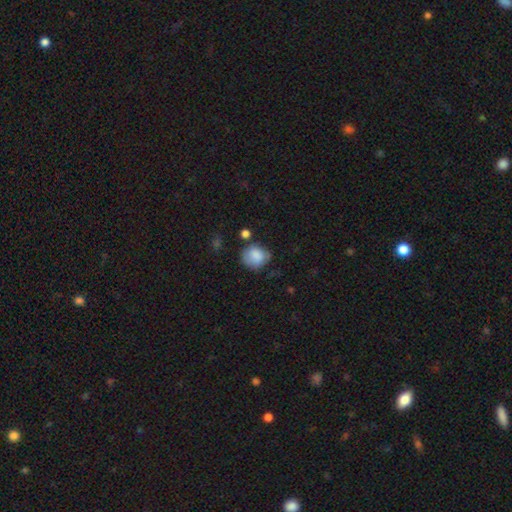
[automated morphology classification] smooth-or-featured: smooth: 81% | featured or disk: 10% | star or artifact: 9%
  how-rounded: round: 72% | in between: 27% | cigar-shaped: 1%
  merging: none: 55% | minor disturbance: 29% | major disturbance: 10% | merger: 7%